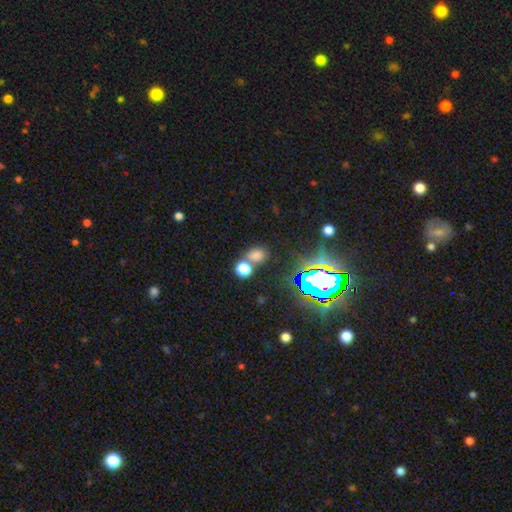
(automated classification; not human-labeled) Smooth or featured?
  - smooth: 66% *
  - star or artifact: 27%
  - featured or disk: 7%
How rounded?
  - round: 52% *
  - in between: 47%
  - cigar-shaped: 2%
Merging?
  - none: 60% *
  - merger: 25%
  - minor disturbance: 10%
  - major disturbance: 5%